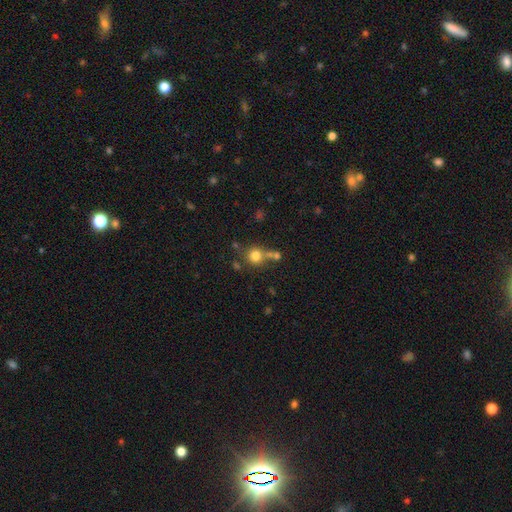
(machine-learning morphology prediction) Smooth or featured? Predicted: smooth (p=0.77). How rounded? Predicted: round (p=0.90). Merging? Predicted: none (p=0.61).